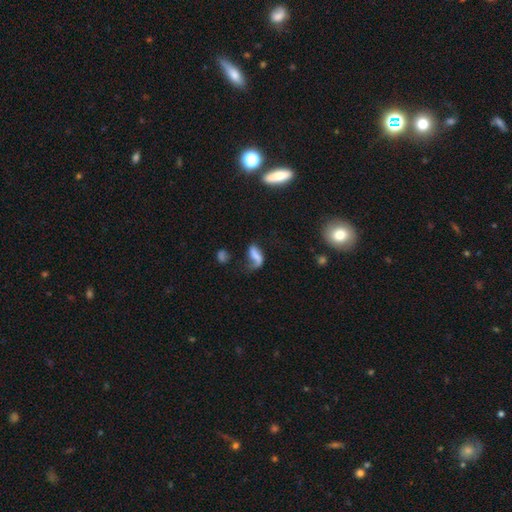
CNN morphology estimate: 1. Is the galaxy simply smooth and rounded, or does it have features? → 45% featured or disk, 42% smooth, 13% star or artifact.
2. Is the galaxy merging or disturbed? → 38% major disturbance, 33% none, 22% minor disturbance, 7% merger.